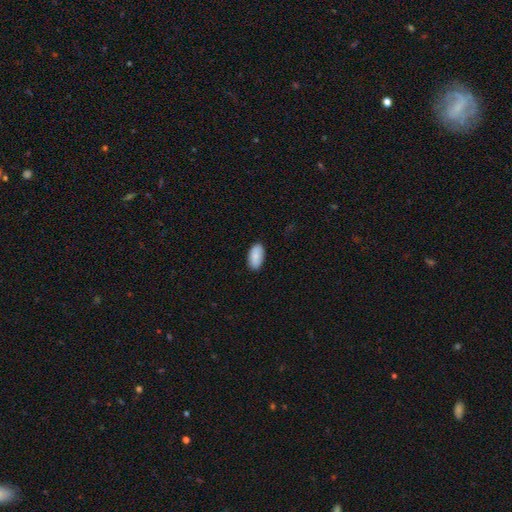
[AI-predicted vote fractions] Morphology: type=smooth (87%); roundness=in between (95%); merging=none (88%).